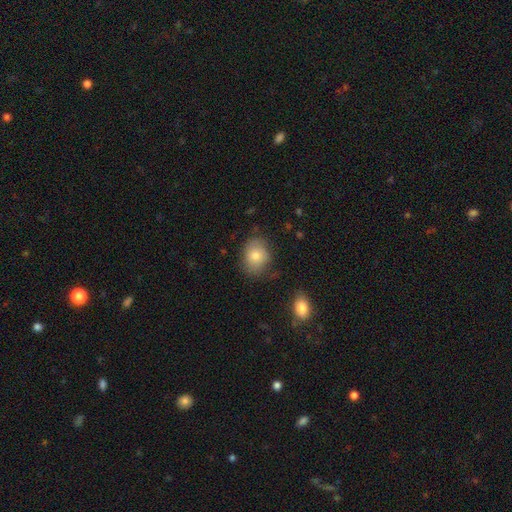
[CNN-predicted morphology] This appears to be a smooth galaxy with no disk features (77%) that is round (51%). Merging: none (71%).